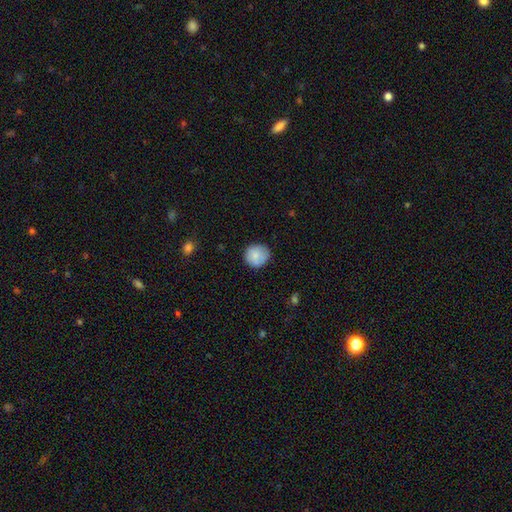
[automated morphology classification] smooth_or_featured: smooth (p=0.84) [alt: featured or disk p=0.09]
how_rounded: round (p=0.88) [alt: in between p=0.11]
merging: none (p=0.82) [alt: minor disturbance p=0.14]